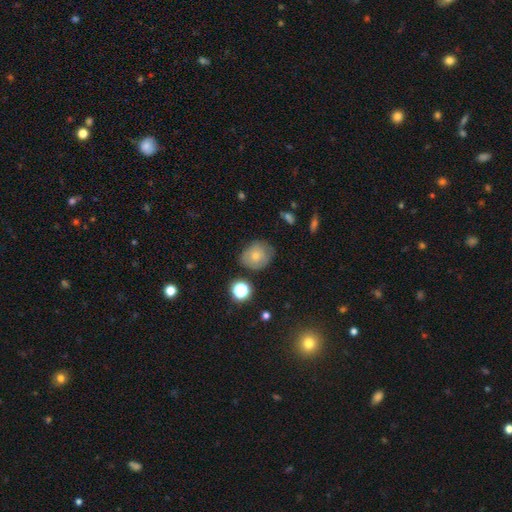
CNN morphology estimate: Overall: smooth (65%). How rounded: round (71%). Merging: none (66%).